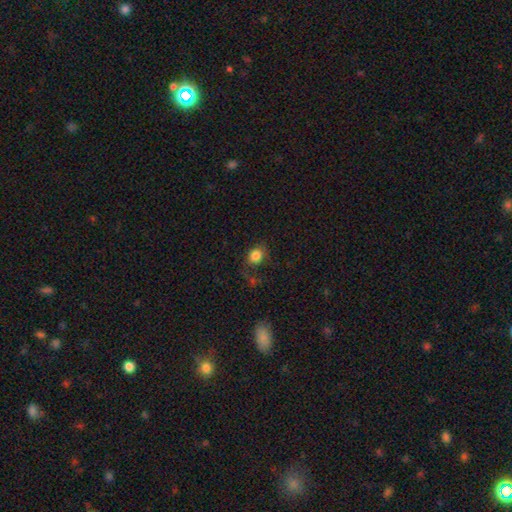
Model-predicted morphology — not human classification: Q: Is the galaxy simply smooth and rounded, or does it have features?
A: smooth — 83%.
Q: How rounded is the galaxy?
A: round — 64%.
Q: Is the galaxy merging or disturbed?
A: none — 67%.